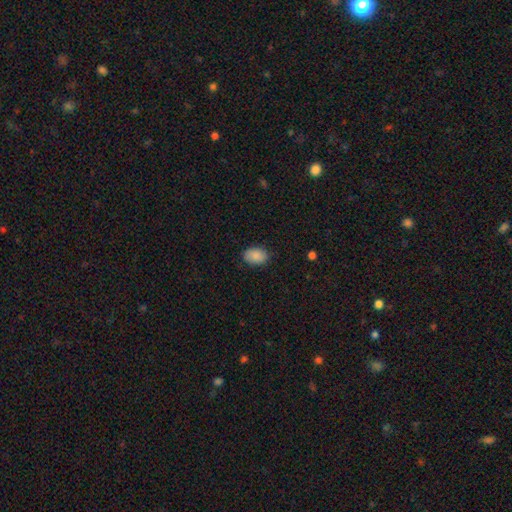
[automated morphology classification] Overall: smooth (87%). How rounded: in between (82%). Merging: none (83%).